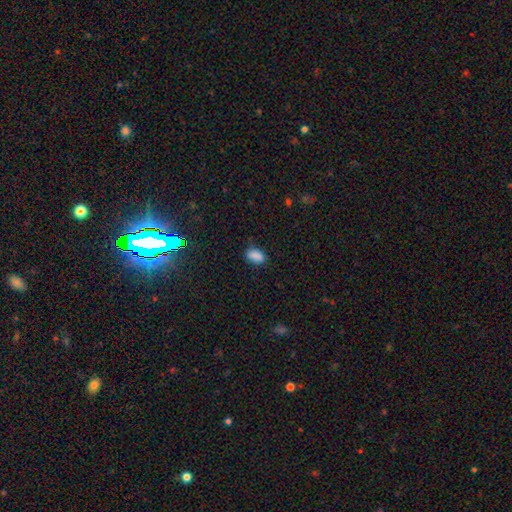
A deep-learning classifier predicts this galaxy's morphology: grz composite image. It shows a smooth galaxy with no disk features (87%) that is in between round and cigar-shaped (92%). Merging: none (80%).